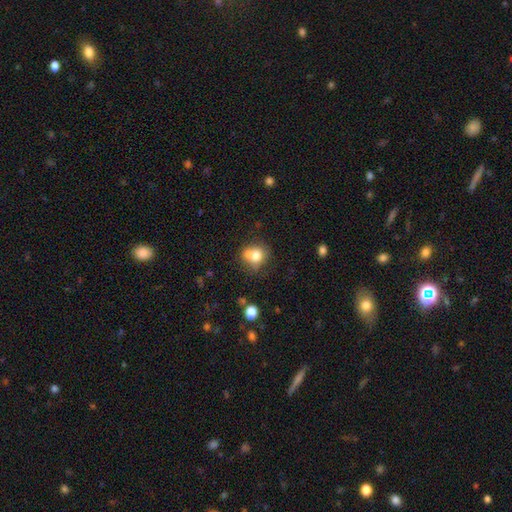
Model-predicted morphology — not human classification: A smooth galaxy with no disk features (74%) that is round (71%). Merging: none (43%).